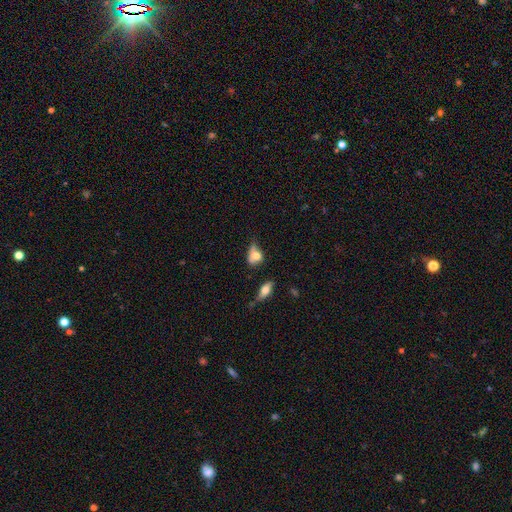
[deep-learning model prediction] This is likely a smooth galaxy (69%). How rounded: likely in between (63%). Merging: marginally minor disturbance (29%).